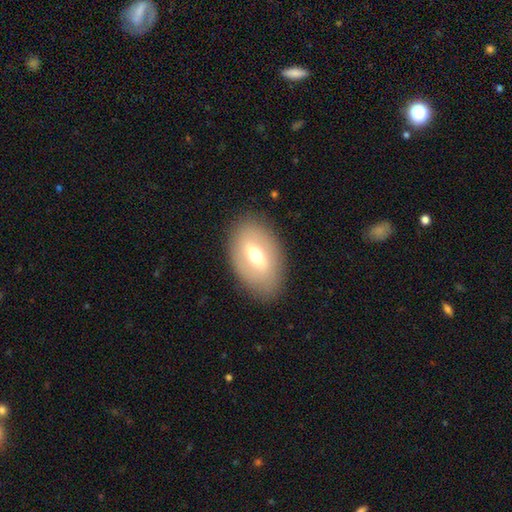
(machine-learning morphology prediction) Smooth or featured? Predicted: smooth (p=0.50). Merging? Predicted: none (p=0.83).